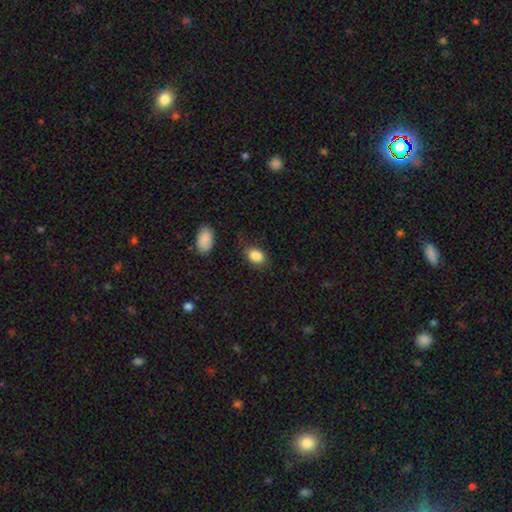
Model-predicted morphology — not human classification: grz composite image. It shows a smooth galaxy with no disk features (87%) that is in between round and cigar-shaped (78%). Merging: none (72%).